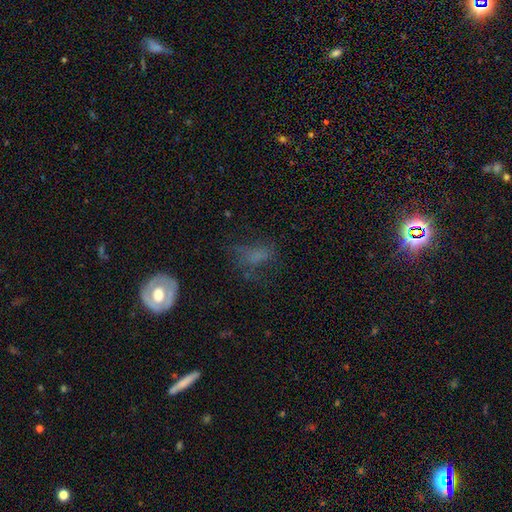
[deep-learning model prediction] A smooth galaxy with no disk features (49%).

Vote fractions:
- Smooth or featured? smooth: 49% / featured or disk: 31% / star or artifact: 20%
- Merging? none: 45% / major disturbance: 29% / minor disturbance: 23% / merger: 4%